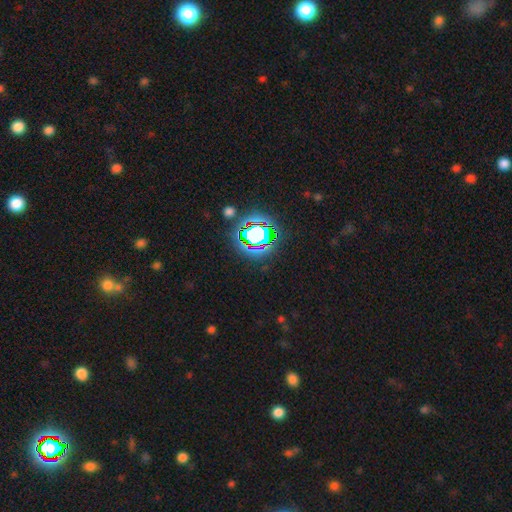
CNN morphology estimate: Q: Smooth or featured?
A: star or artifact (77%); runner-up: smooth (15%)